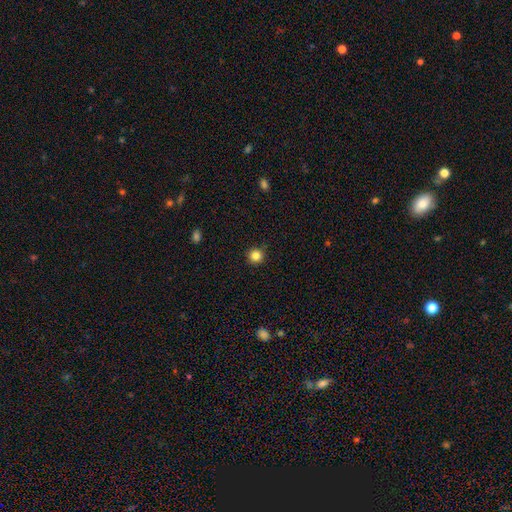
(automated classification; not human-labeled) A smooth galaxy with no disk features (84%) that is round (95%).

Vote fractions:
- Smooth or featured? smooth: 84% / star or artifact: 12% / featured or disk: 4%
- How rounded? round: 95% / in between: 4% / cigar-shaped: 1%
- Merging? none: 92% / minor disturbance: 5% / major disturbance: 2% / merger: 1%